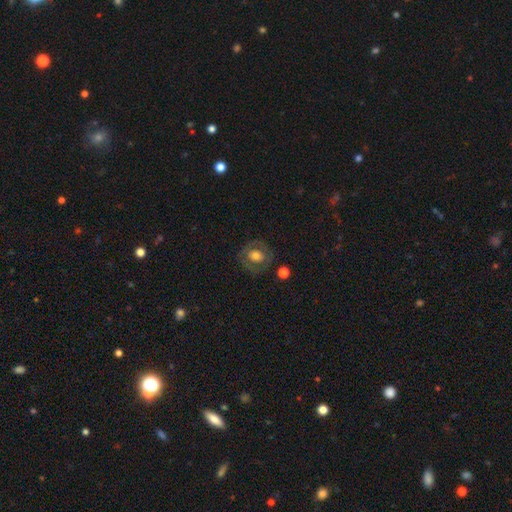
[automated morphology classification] The model was most divided on "smooth or featured": smooth: 52%, featured or disk: 40%, star or artifact: 8%. More confident: merging — none (77%); how rounded — round (72%).